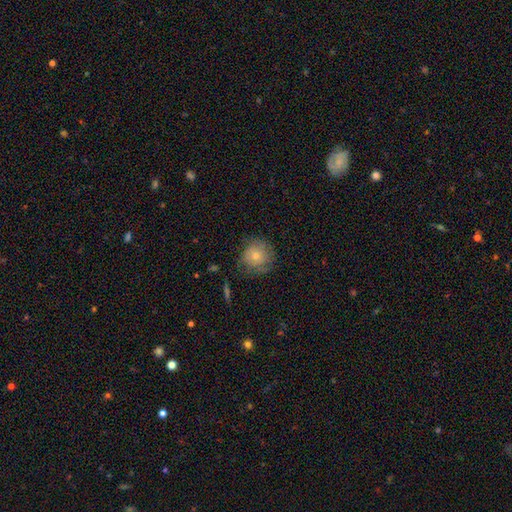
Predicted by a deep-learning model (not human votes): Morphology: type=smooth (70%); roundness=round (91%); merging=none (68%).